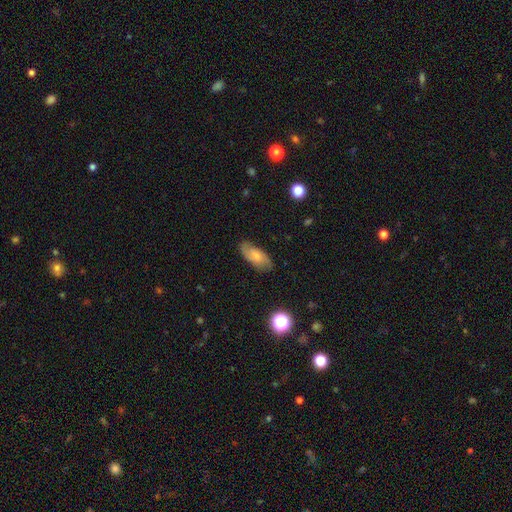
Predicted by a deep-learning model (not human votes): The model was most divided on "smooth or featured": smooth: 49%, featured or disk: 43%, star or artifact: 9%. More confident: merging — none (79%).